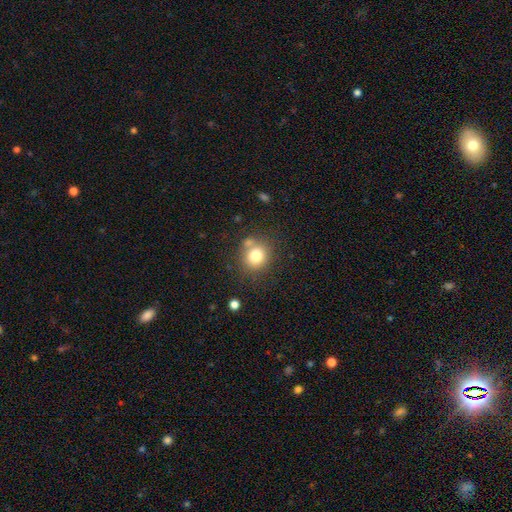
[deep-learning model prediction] smooth-or-featured: smooth: 77% | star or artifact: 12% | featured or disk: 11%
  how-rounded: round: 80% | in between: 20% | cigar-shaped: 1%
  merging: none: 69% | merger: 14% | minor disturbance: 13% | major disturbance: 5%